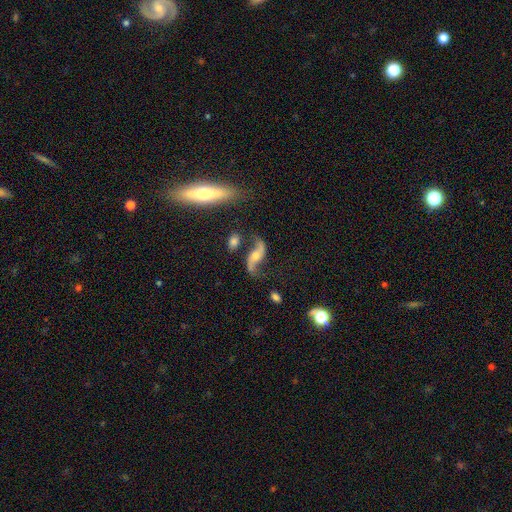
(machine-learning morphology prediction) type=featured or disk (84%); edge-on=no (93%); bar=no (58%); spiral arms=yes (95%); winding=loose (89%); arm count=2 (93%); bulge=moderate (50%); merging=none (65%).